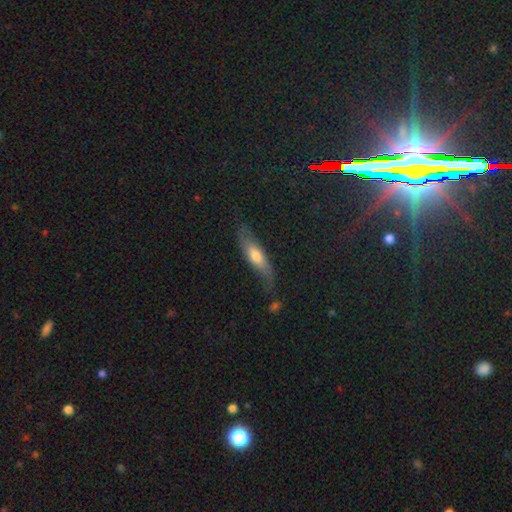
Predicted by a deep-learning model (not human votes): A smooth galaxy with no disk features (53%) that is cigar-shaped (59%). Merging: none (64%).